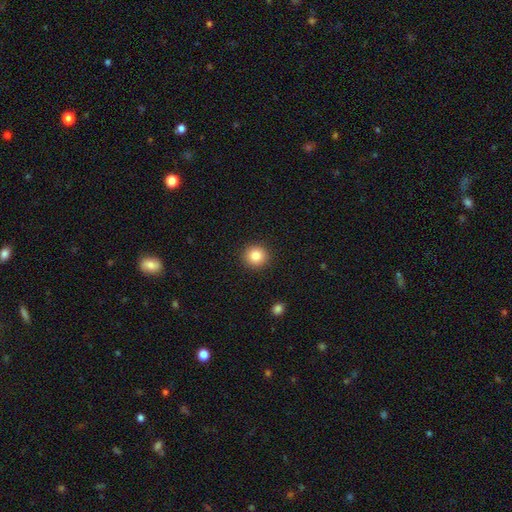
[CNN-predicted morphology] This is clearly a smooth galaxy (84%). How rounded: clearly round (94%). Merging: clearly none (92%).